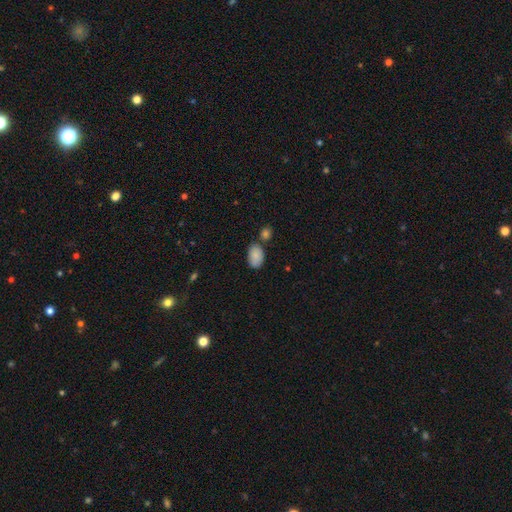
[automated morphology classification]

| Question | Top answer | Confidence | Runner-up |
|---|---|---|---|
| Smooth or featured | smooth | 86% | star or artifact (7%) |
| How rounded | in between | 91% | round (8%) |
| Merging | none | 66% | minor disturbance (17%) |